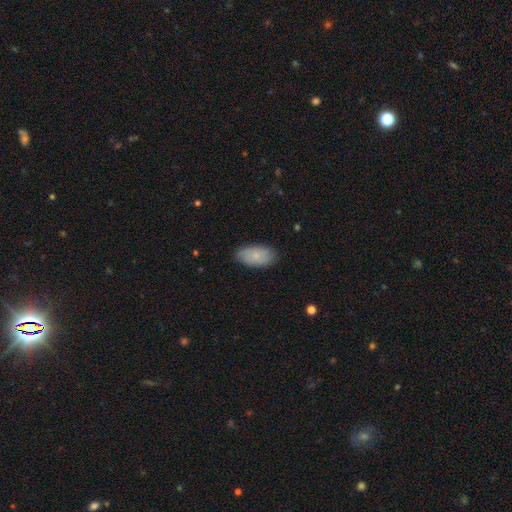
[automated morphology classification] Smooth or featured?
  - smooth: 77% *
  - featured or disk: 17%
  - star or artifact: 7%
How rounded?
  - in between: 94% *
  - round: 3%
  - cigar-shaped: 3%
Merging?
  - none: 82% *
  - minor disturbance: 14%
  - major disturbance: 3%
  - merger: 1%